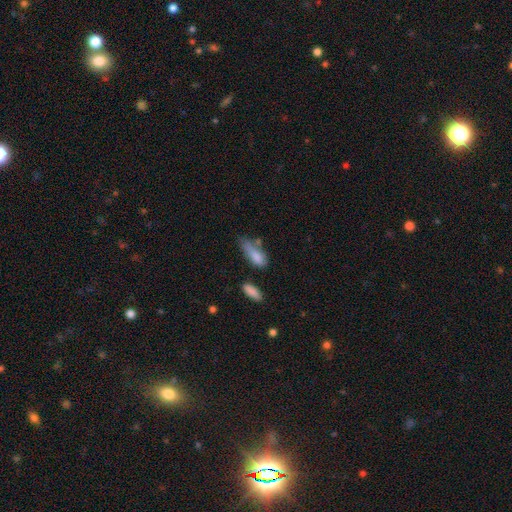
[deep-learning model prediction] Smooth or featured: smooth — 79% (featured or disk — 13%)
How rounded: in between — 66% (cigar-shaped — 32%)
Merging: none — 36% (minor disturbance — 34%)